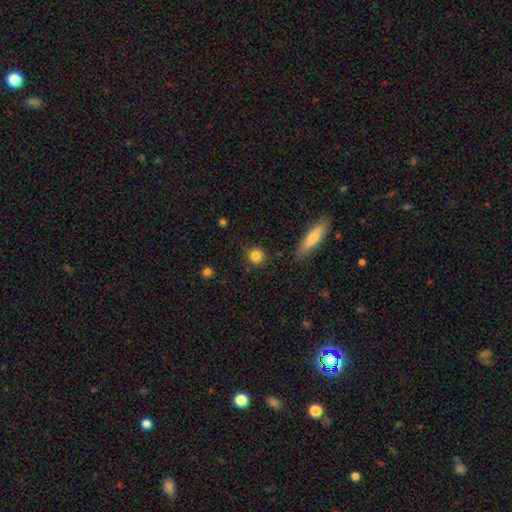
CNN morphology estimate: smooth-or-featured: smooth: 84% | star or artifact: 10% | featured or disk: 6%
  how-rounded: round: 90% | in between: 8% | cigar-shaped: 2%
  merging: none: 87% | minor disturbance: 8% | major disturbance: 2% | merger: 2%